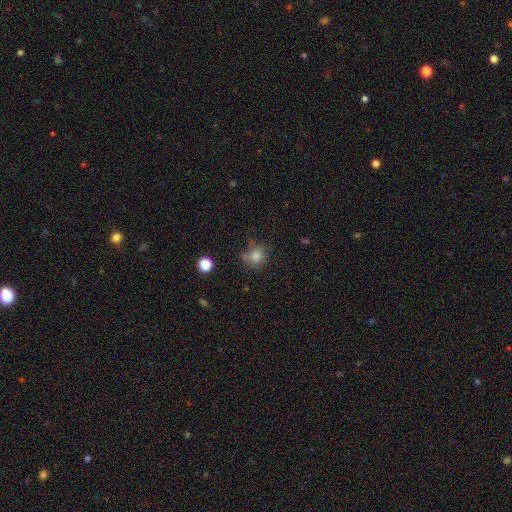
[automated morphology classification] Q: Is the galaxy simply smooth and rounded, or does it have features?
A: smooth — 78%.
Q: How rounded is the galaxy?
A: round — 74%.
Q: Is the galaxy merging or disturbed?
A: none — 63%.